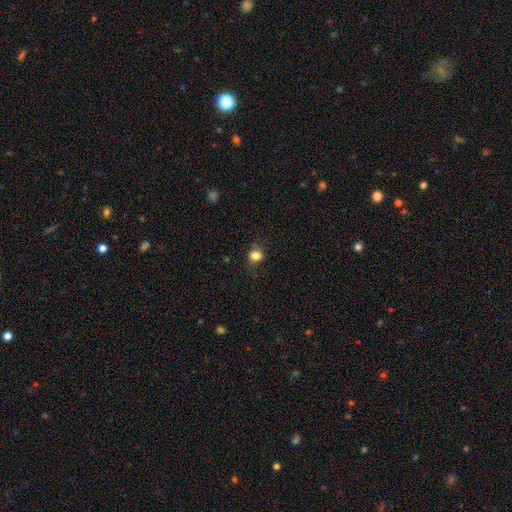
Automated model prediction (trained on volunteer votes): smooth 82%, star or artifact 12%, featured or disk 7%. Down the decision tree: how rounded — in between (51%); merging — none (70%).